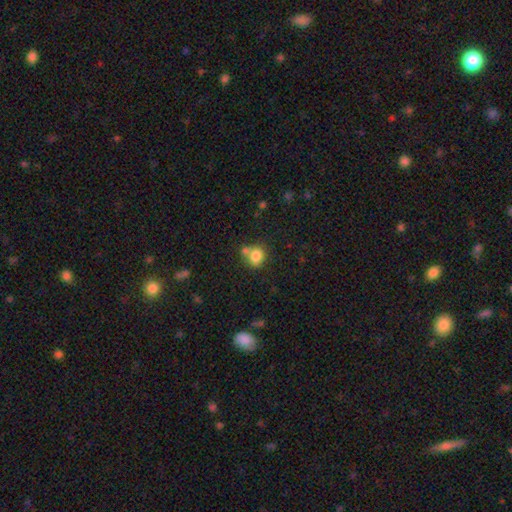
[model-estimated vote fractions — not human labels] The model was most divided on "merging": none: 52%, merger: 31%, minor disturbance: 13%, major disturbance: 4%. More confident: smooth or featured — smooth (80%); how rounded — round (73%).